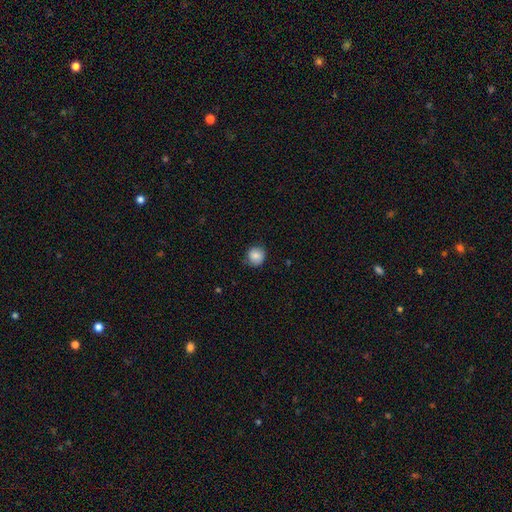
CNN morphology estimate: Q: Smooth or featured?
A: smooth (83%); runner-up: featured or disk (9%)
Q: How rounded?
A: round (88%); runner-up: in between (11%)
Q: Merging?
A: none (77%); runner-up: minor disturbance (18%)